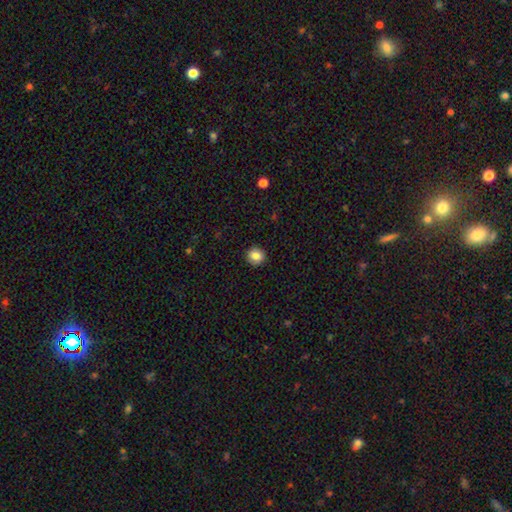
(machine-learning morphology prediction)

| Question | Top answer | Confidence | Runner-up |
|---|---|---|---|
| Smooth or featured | smooth | 85% | star or artifact (9%) |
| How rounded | round | 92% | in between (7%) |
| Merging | none | 91% | minor disturbance (6%) |